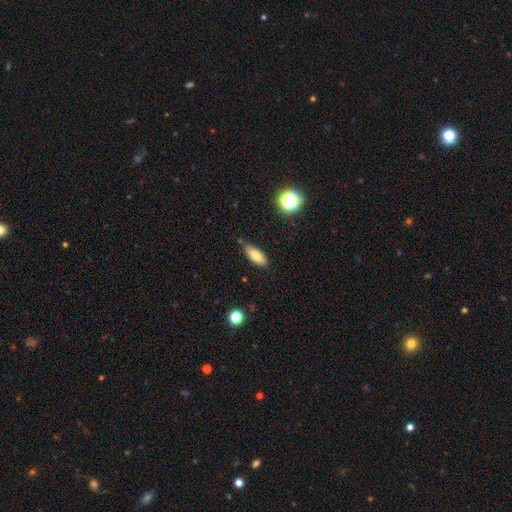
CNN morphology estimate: The model was most divided on "how rounded": in between: 74%, cigar-shaped: 24%, round: 3%. More confident: merging — none (81%); smooth or featured — smooth (76%).